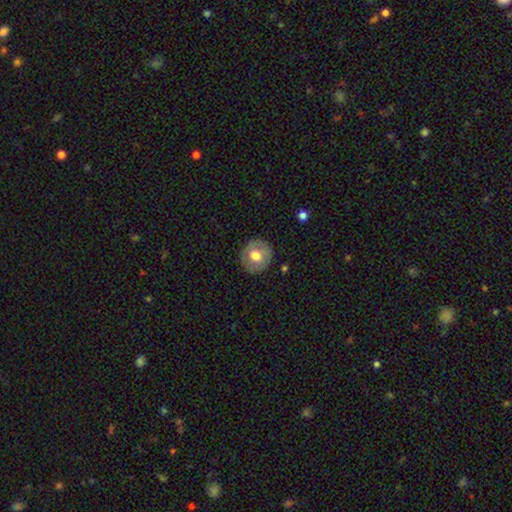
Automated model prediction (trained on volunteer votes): smooth-or-featured: smooth: 63% | featured or disk: 30% | star or artifact: 7%
  how-rounded: round: 88% | in between: 11% | cigar-shaped: 1%
  merging: none: 87% | minor disturbance: 9% | major disturbance: 3% | merger: 1%